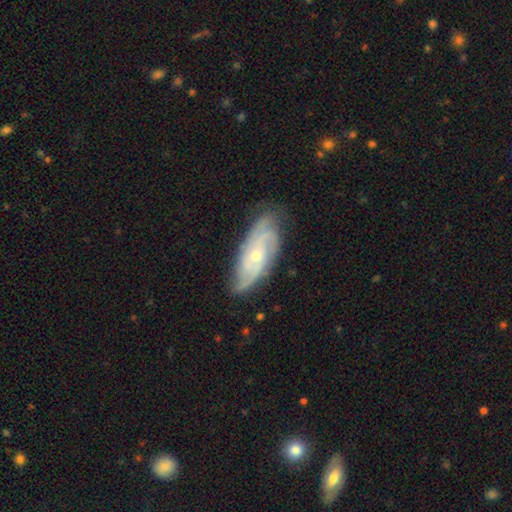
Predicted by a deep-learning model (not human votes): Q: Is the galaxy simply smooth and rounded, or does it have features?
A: featured or disk — 84%.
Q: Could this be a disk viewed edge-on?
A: no — 92%.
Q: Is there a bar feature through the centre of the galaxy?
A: no — 70%.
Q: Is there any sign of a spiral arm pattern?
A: yes — 96%.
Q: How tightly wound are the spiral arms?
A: tight — 56%.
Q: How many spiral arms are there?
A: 3 — 37%.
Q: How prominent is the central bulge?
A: small — 65%.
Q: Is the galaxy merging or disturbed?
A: none — 79%.